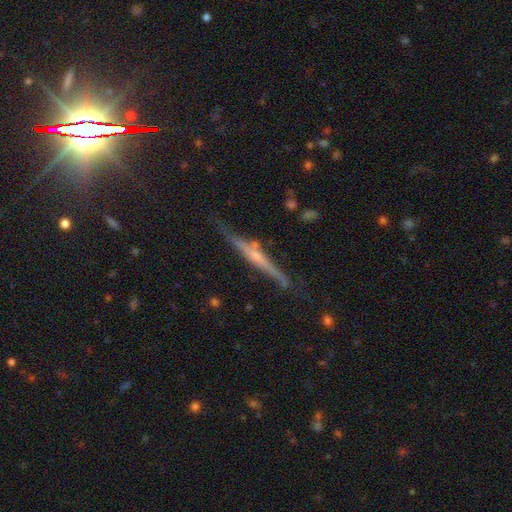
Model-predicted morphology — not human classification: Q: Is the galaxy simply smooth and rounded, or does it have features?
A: featured or disk — 76%.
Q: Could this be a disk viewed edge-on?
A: yes — 97%.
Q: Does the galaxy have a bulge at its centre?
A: rounded — 63%.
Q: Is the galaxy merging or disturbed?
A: none — 77%.